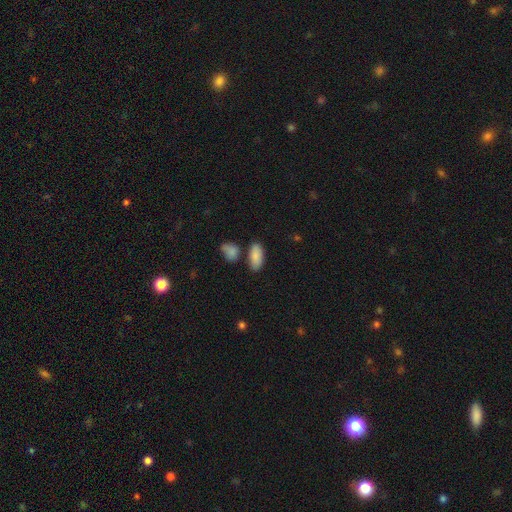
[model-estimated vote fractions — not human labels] Smooth or featured? Predicted: smooth (p=0.86). How rounded? Predicted: in between (p=0.91). Merging? Predicted: none (p=0.72).